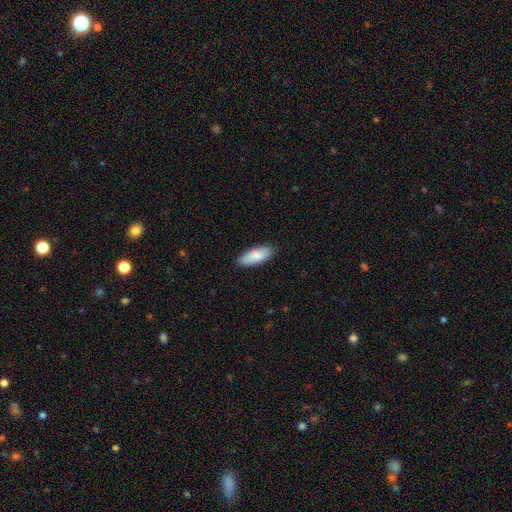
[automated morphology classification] Smooth or featured: smooth — 87% (featured or disk — 8%)
How rounded: in between — 75% (cigar-shaped — 23%)
Merging: none — 87% (minor disturbance — 10%)